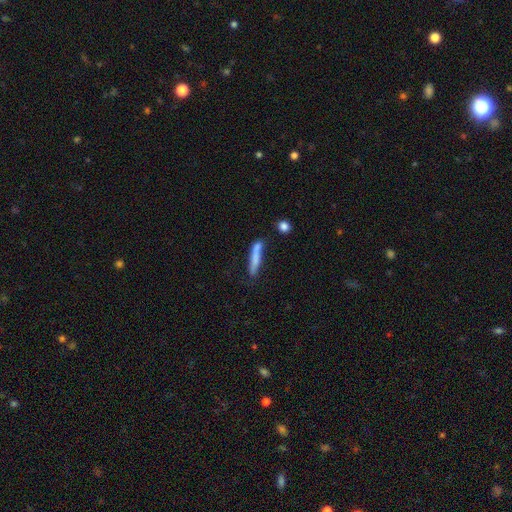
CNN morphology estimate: A smooth galaxy with no disk features (70%) that is cigar-shaped (89%). Merging: none (59%).